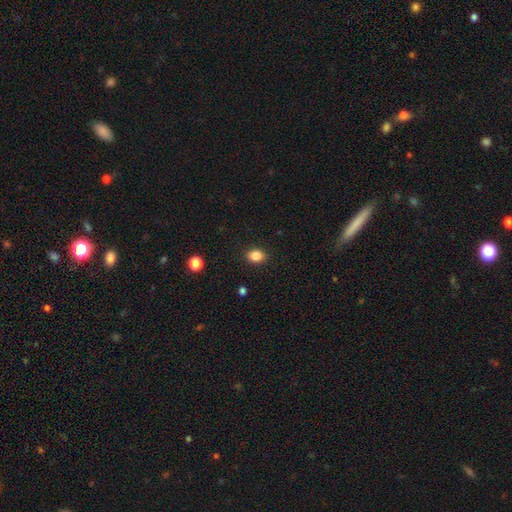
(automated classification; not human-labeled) Morphology: type=smooth (86%); roundness=in between (57%); merging=none (88%).